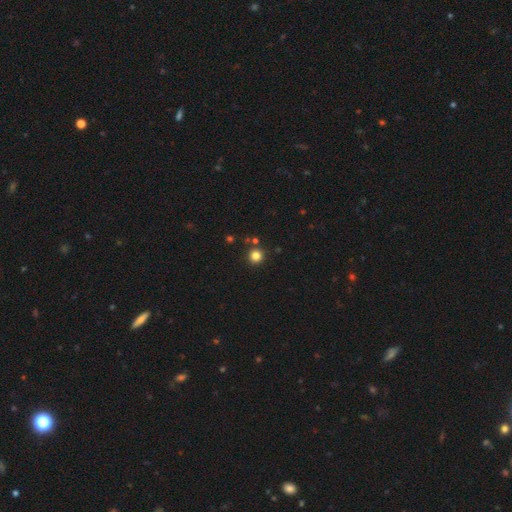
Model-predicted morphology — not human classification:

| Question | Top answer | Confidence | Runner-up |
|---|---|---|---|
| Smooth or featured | smooth | 83% | star or artifact (13%) |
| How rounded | round | 95% | in between (4%) |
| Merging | none | 87% | minor disturbance (6%) |